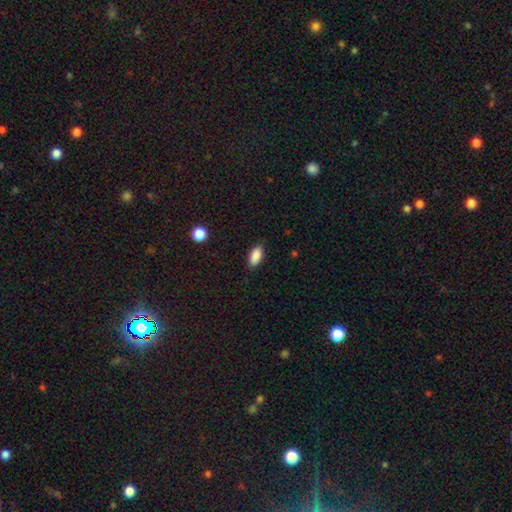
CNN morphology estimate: Smooth or featured?
  - smooth: 89% *
  - star or artifact: 7%
  - featured or disk: 4%
How rounded?
  - in between: 91% *
  - cigar-shaped: 6%
  - round: 3%
Merging?
  - none: 86% *
  - minor disturbance: 11%
  - major disturbance: 2%
  - merger: 1%